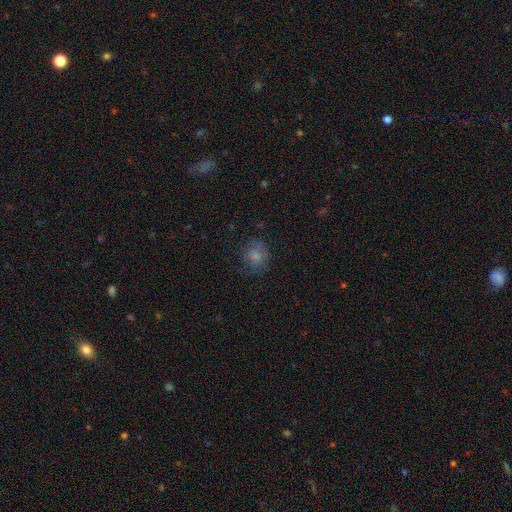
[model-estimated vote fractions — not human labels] smooth 73%, featured or disk 16%, star or artifact 11%. Down the decision tree: how rounded — round (76%); merging — none (66%).